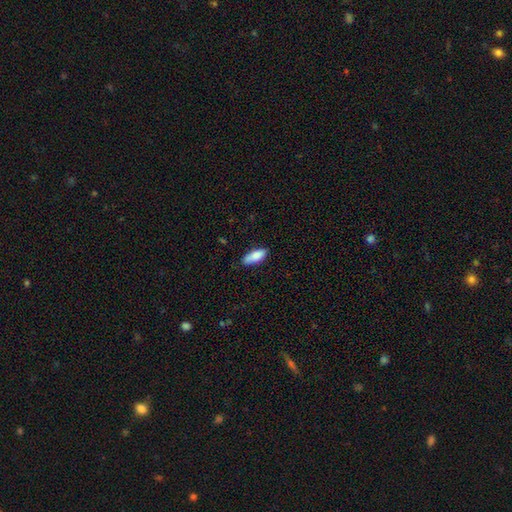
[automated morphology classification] smooth_or_featured: smooth (p=0.85) [alt: featured or disk p=0.08]
how_rounded: in between (p=0.78) [alt: cigar-shaped p=0.20]
merging: none (p=0.76) [alt: minor disturbance p=0.19]